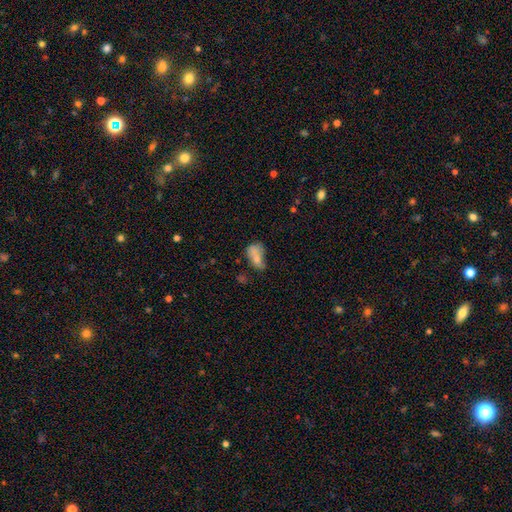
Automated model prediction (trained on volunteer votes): Morphology: type=smooth (69%); roundness=in between (84%); merging=none (27%).